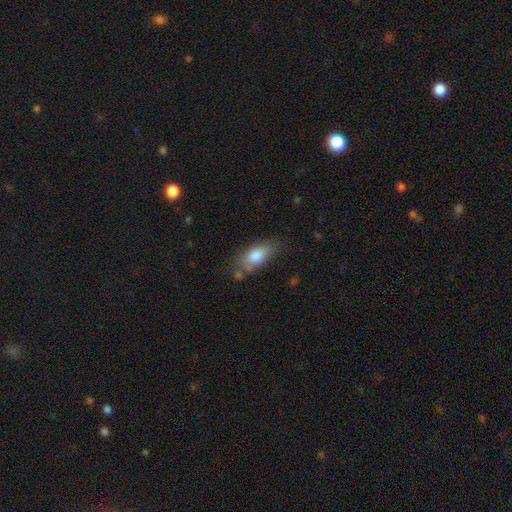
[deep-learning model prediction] Smooth or featured? Predicted: smooth (p=0.80). How rounded? Predicted: in between (p=0.83). Merging? Predicted: none (p=0.63).